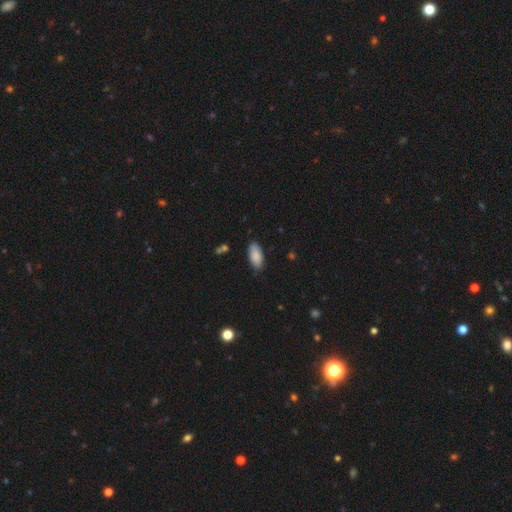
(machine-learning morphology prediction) Smooth or featured? Predicted: smooth (p=0.88). How rounded? Predicted: in between (p=0.90). Merging? Predicted: none (p=0.79).